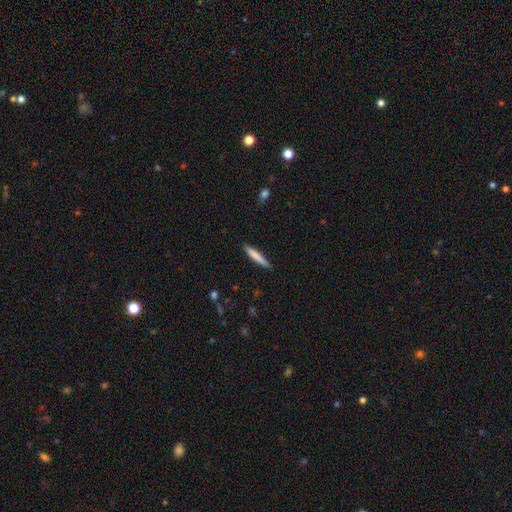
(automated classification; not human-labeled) A smooth galaxy with no disk features (77%) that is cigar-shaped (93%). Merging: none (87%).